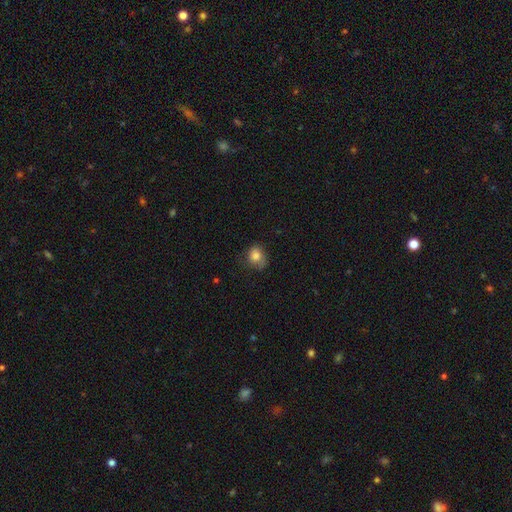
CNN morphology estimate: Smooth or featured: smooth — 81% (star or artifact — 10%)
How rounded: round — 63% (in between — 36%)
Merging: none — 61% (minor disturbance — 28%)